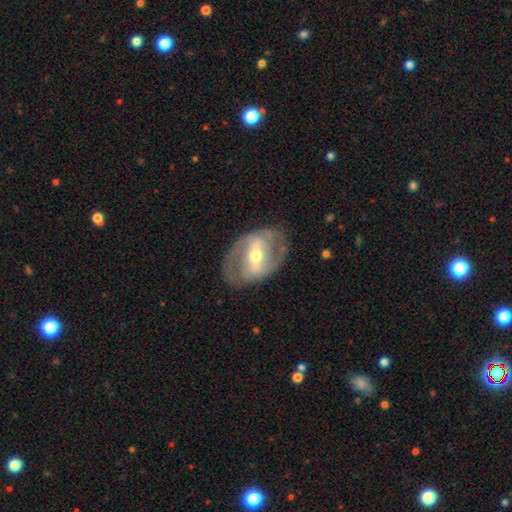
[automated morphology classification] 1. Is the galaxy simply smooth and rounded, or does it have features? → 81% featured or disk, 14% smooth, 5% star or artifact.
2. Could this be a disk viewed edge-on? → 94% no, 6% yes.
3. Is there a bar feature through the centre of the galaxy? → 56% strong, 31% weak, 13% no.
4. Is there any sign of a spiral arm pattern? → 77% yes, 23% no.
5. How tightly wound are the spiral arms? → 47% medium, 32% tight, 21% loose.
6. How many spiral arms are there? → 82% 2, 10% can't tell, 3% 1, 2% 3, 1% 4, 1% more than 4.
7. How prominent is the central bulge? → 61% moderate, 33% small, 4% large, 1% none, 1% dominant.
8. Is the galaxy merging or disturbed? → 78% none, 14% minor disturbance, 7% major disturbance, 1% merger.